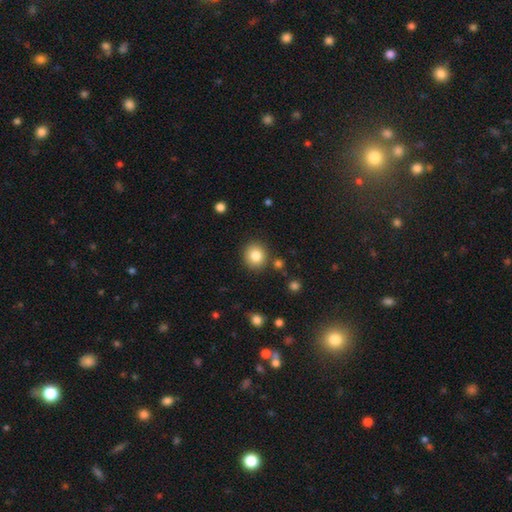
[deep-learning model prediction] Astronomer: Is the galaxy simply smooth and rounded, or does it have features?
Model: smooth — 82%.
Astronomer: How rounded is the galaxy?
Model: round — 88%.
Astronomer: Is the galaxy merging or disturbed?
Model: none — 87%.